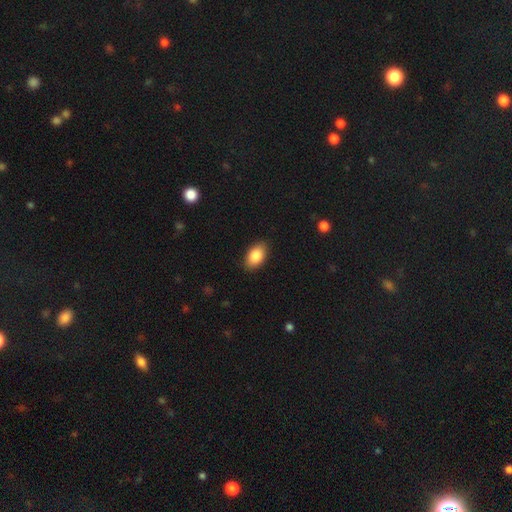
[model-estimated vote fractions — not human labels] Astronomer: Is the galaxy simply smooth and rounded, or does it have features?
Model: smooth — 87%.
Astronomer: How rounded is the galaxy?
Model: in between — 91%.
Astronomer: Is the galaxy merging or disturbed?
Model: none — 87%.